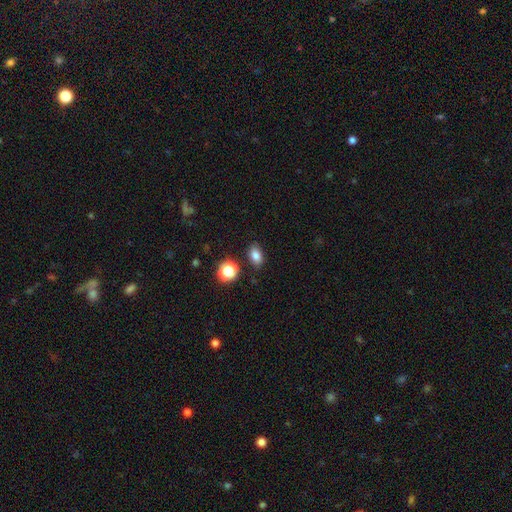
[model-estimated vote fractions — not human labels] smooth 80%, star or artifact 13%, featured or disk 7%. Down the decision tree: how rounded — in between (81%); merging — none (85%).